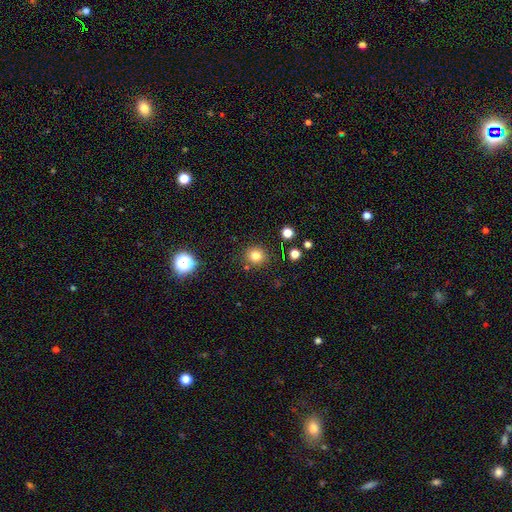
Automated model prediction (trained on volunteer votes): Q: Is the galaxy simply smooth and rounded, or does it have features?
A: smooth — 80%.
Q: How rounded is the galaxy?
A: round — 91%.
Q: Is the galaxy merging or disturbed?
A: none — 87%.